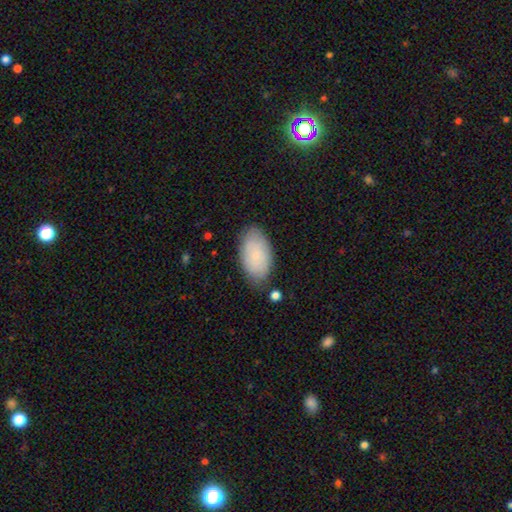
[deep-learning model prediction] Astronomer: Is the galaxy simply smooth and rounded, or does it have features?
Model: smooth — 81%.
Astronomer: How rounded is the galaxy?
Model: in between — 95%.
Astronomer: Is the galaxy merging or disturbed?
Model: none — 78%.